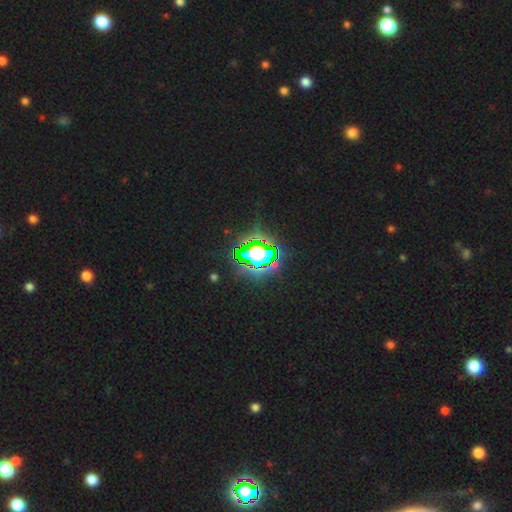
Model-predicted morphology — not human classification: This appears to be a star or artifact, not a galaxy (67%).